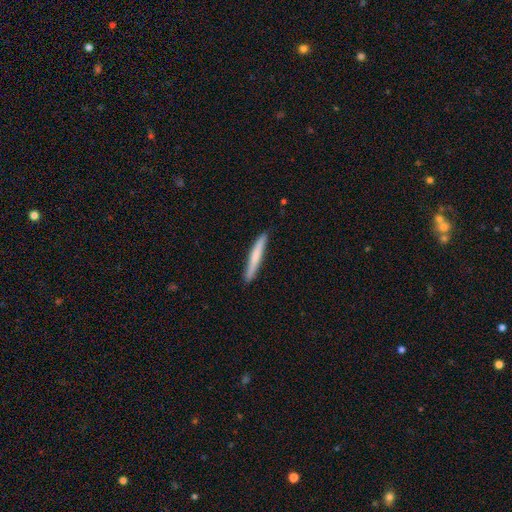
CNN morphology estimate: Q: Smooth or featured?
A: smooth (65%); runner-up: featured or disk (29%)
Q: How rounded?
A: cigar-shaped (96%); runner-up: in between (3%)
Q: Merging?
A: none (89%); runner-up: minor disturbance (8%)